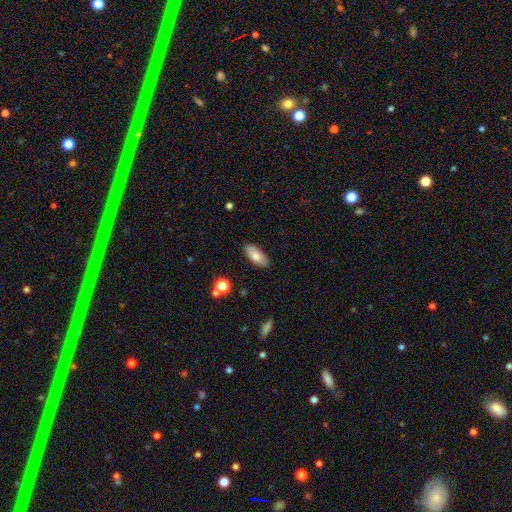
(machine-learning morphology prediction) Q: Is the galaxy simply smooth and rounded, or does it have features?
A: smooth — 81%.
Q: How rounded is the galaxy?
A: in between — 85%.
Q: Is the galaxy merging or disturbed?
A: none — 86%.